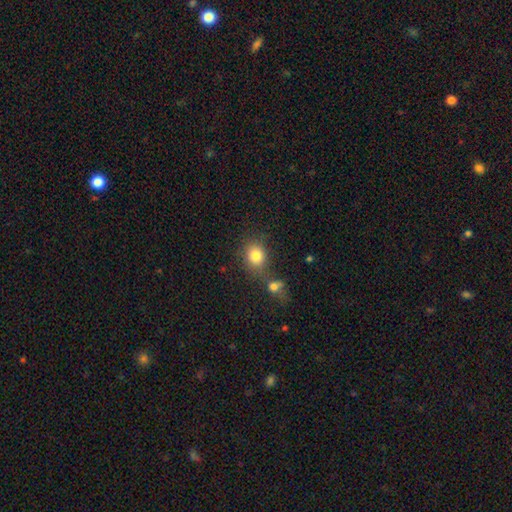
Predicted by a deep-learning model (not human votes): smooth 81%, star or artifact 11%, featured or disk 8%. Down the decision tree: how rounded — round (71%); merging — none (62%).